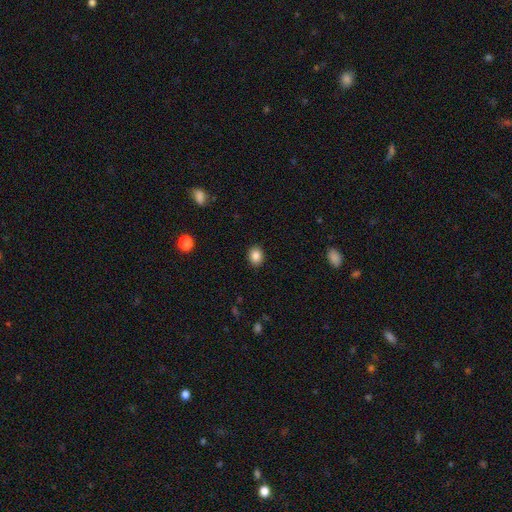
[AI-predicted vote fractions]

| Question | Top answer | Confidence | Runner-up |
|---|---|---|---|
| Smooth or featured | smooth | 85% | star or artifact (10%) |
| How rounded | round | 58% | in between (41%) |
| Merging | none | 90% | minor disturbance (7%) |